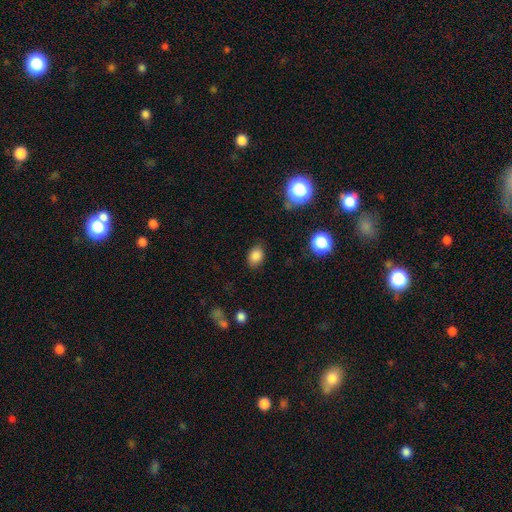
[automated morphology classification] Q: Smooth or featured?
A: smooth (83%); runner-up: star or artifact (12%)
Q: How rounded?
A: in between (73%); runner-up: round (25%)
Q: Merging?
A: none (82%); runner-up: minor disturbance (13%)